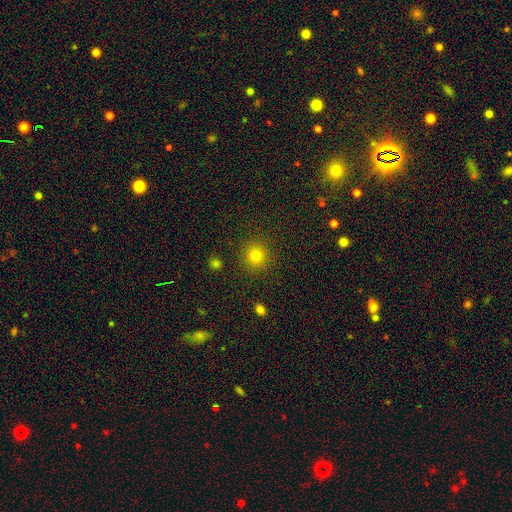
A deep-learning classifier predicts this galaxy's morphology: This is clearly a smooth galaxy (80%). How rounded: clearly round (94%). Merging: clearly none (90%).